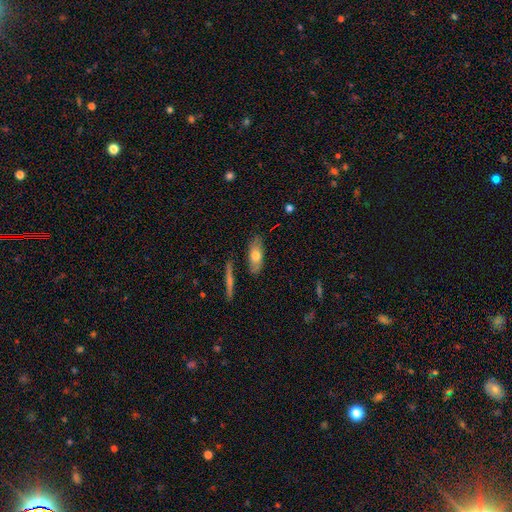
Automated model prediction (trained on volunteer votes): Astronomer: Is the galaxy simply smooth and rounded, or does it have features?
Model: smooth — 63%.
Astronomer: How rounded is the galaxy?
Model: in between — 70%.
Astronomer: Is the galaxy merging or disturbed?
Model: none — 79%.